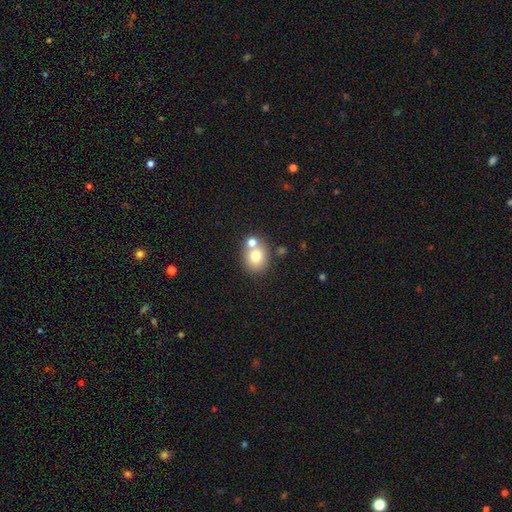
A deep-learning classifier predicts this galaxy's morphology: This appears to be a smooth galaxy with no disk features (74%) that is round (69%). Merging: none (52%).